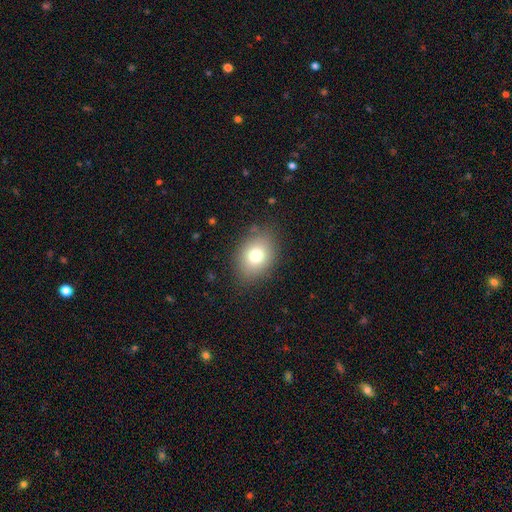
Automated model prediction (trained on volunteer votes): Smooth or featured? smooth (76%)
How rounded? in between (60%)
Merging? none (83%)